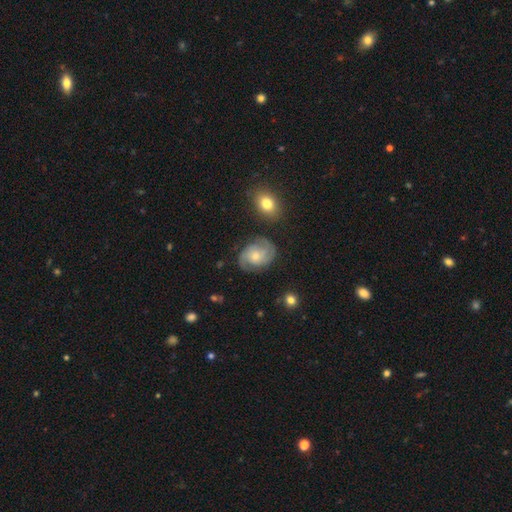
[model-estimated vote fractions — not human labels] smooth_or_featured: featured or disk (p=0.75) [alt: smooth p=0.18]
disk_edge_on: no (p=0.98) [alt: yes p=0.02]
bar: no (p=0.70) [alt: weak p=0.27]
has_spiral_arms: yes (p=0.94) [alt: no p=0.06]
spiral_winding: medium (p=0.45) [alt: tight p=0.39]
spiral_arm_count: 2 (p=0.55) [alt: 3 p=0.20]
bulge_size: small (p=0.55) [alt: moderate p=0.38]
merging: none (p=0.74) [alt: minor disturbance p=0.17]